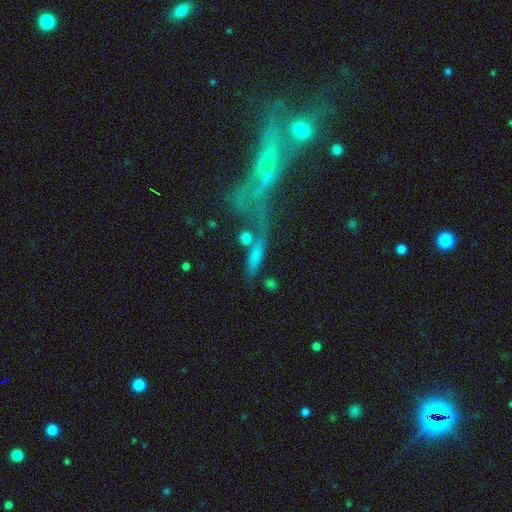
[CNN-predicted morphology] smooth 64%, featured or disk 26%, star or artifact 10%. Down the decision tree: how rounded — cigar-shaped (67%); merging — none (50%).